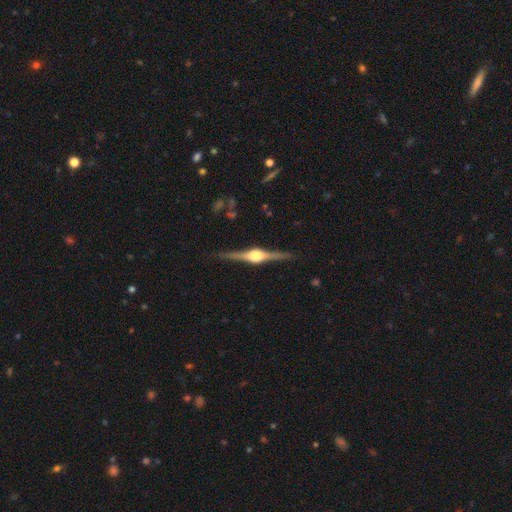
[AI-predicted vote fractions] smooth_or_featured: featured or disk (p=0.88) [alt: smooth p=0.08]
disk_edge_on: yes (p=0.99) [alt: no p=0.01]
edge_on_bulge: rounded (p=0.93) [alt: boxy p=0.05]
merging: none (p=0.90) [alt: minor disturbance p=0.08]